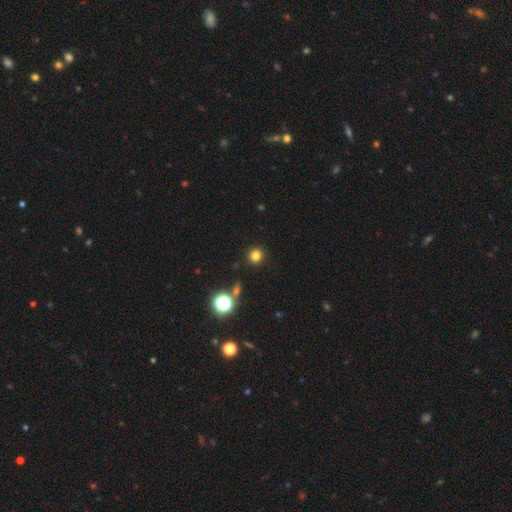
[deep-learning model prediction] smooth-or-featured: smooth: 78% | star or artifact: 17% | featured or disk: 5%
  how-rounded: round: 94% | in between: 5% | cigar-shaped: 1%
  merging: none: 91% | minor disturbance: 5% | major disturbance: 2% | merger: 2%